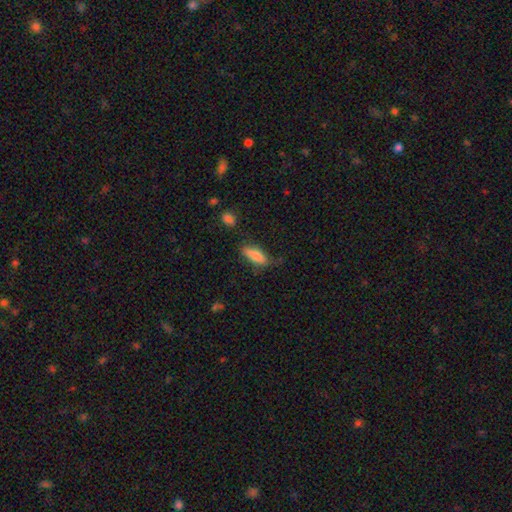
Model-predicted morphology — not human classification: This is clearly a smooth galaxy (82%). How rounded: likely in between (66%). Merging: possibly none (60%).